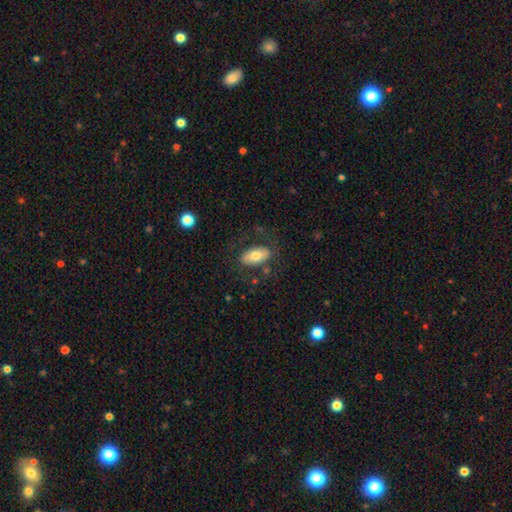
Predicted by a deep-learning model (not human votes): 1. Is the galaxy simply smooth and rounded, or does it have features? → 69% smooth, 24% featured or disk, 7% star or artifact.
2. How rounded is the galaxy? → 91% in between, 5% cigar-shaped, 4% round.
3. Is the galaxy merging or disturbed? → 73% none, 15% minor disturbance, 9% major disturbance, 3% merger.